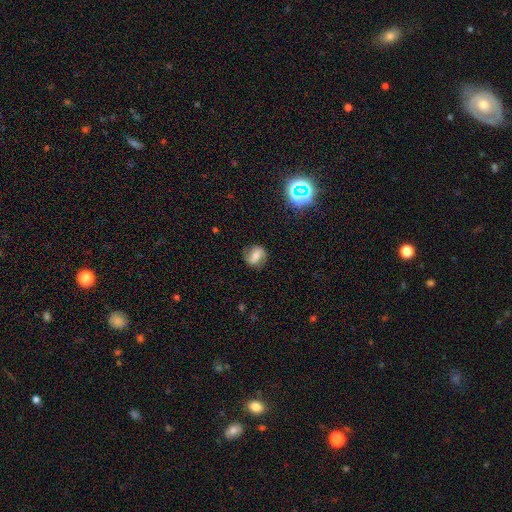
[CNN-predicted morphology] Q: Smooth or featured?
A: featured or disk (50%); runner-up: smooth (38%)
Q: Edge-on disk?
A: no (95%); runner-up: yes (5%)
Q: Merging?
A: none (78%); runner-up: minor disturbance (15%)